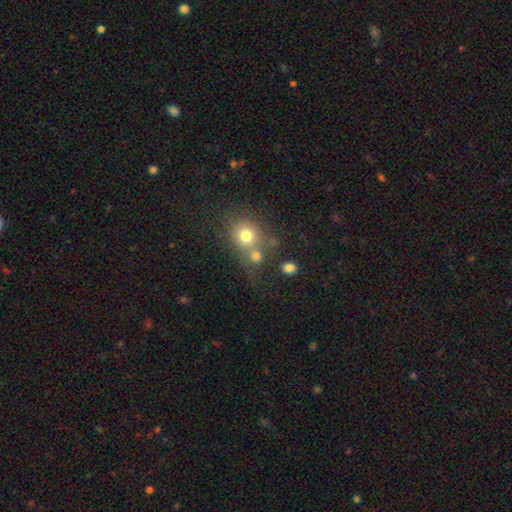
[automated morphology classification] Smooth or featured? smooth (75%)
How rounded? round (81%)
Merging? none (53%)